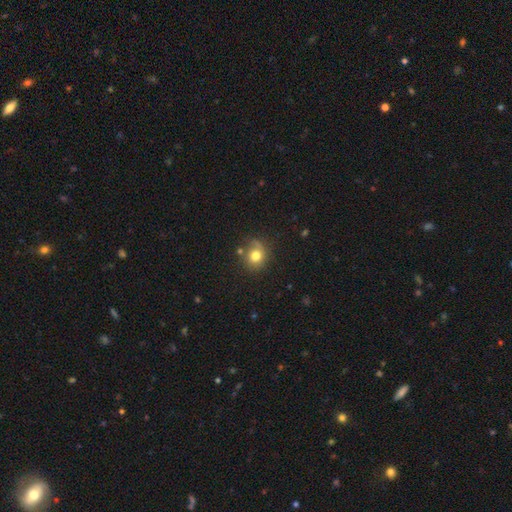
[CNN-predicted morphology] Smooth or featured?
  - smooth: 75% *
  - featured or disk: 14%
  - star or artifact: 11%
How rounded?
  - round: 80% *
  - in between: 19%
  - cigar-shaped: 1%
Merging?
  - none: 64% *
  - minor disturbance: 20%
  - major disturbance: 9%
  - merger: 7%